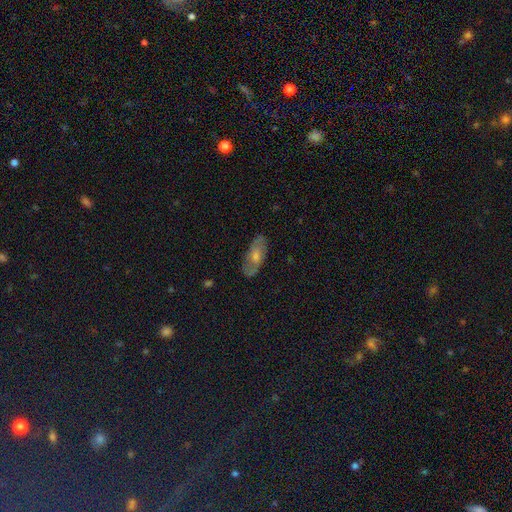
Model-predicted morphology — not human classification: Smooth or featured: featured or disk — 49% (smooth — 43%)
Merging: none — 81% (minor disturbance — 14%)